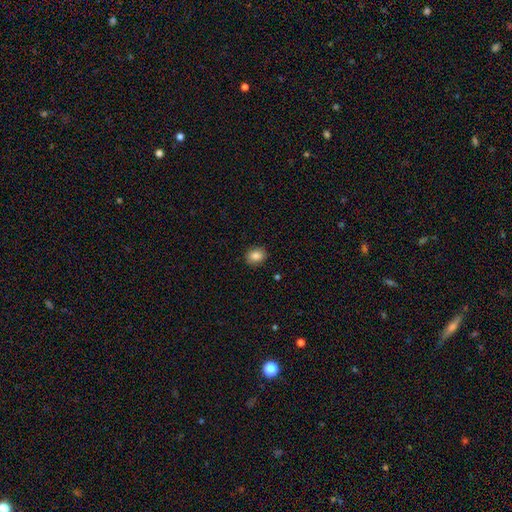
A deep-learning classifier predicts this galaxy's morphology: smooth_or_featured: smooth (p=0.85) [alt: star or artifact p=0.09]
how_rounded: in between (p=0.50) [alt: round p=0.49]
merging: none (p=0.89) [alt: minor disturbance p=0.08]